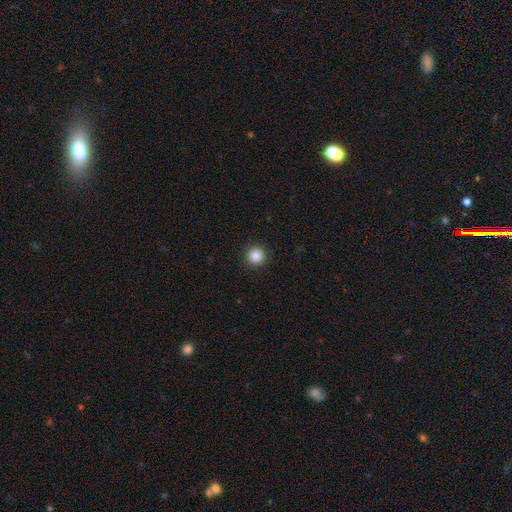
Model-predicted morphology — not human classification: smooth_or_featured: smooth (p=0.86) [alt: star or artifact p=0.10]
how_rounded: round (p=0.96) [alt: in between p=0.03]
merging: none (p=0.93) [alt: minor disturbance p=0.04]